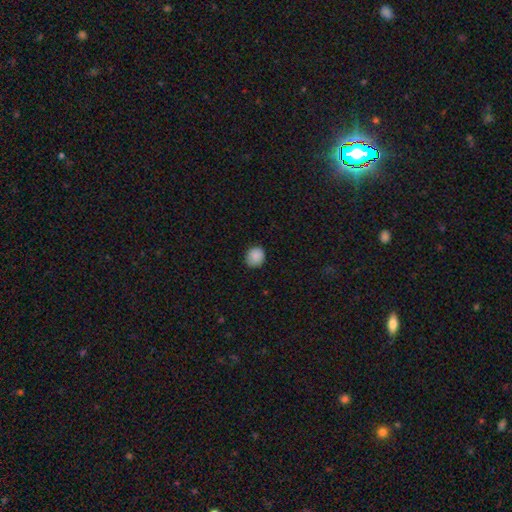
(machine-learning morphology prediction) Smooth or featured?
  - smooth: 88% *
  - star or artifact: 9%
  - featured or disk: 3%
How rounded?
  - round: 77% *
  - in between: 22%
  - cigar-shaped: 1%
Merging?
  - none: 83% *
  - minor disturbance: 13%
  - major disturbance: 2%
  - merger: 1%